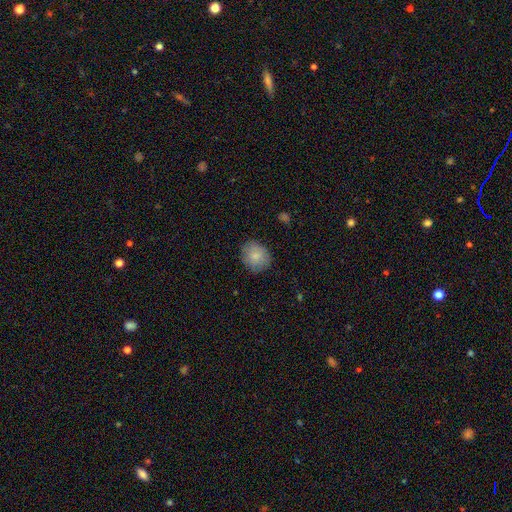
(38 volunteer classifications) A smooth galaxy with no disk features (92%) that is round (74%). Merging: none (83%).